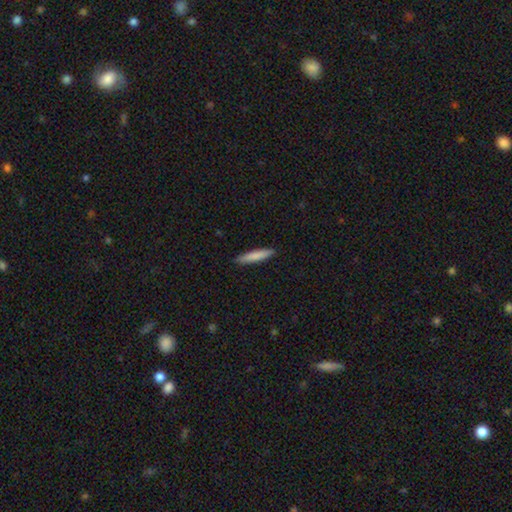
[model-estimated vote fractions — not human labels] This is clearly a smooth galaxy (82%). How rounded: clearly cigar-shaped (90%). Merging: clearly none (89%).